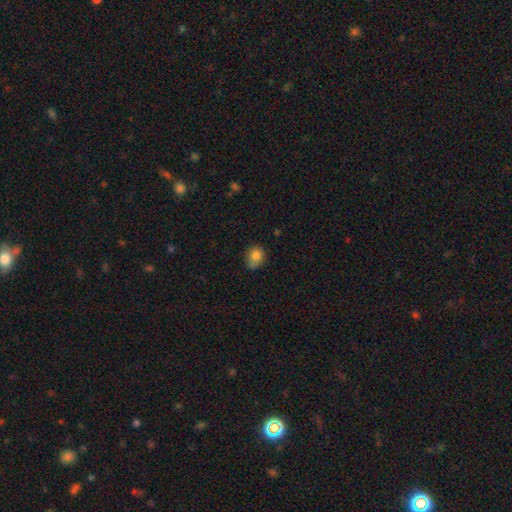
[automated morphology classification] This is clearly a smooth galaxy (82%). How rounded: possibly round (57%). Merging: possibly none (60%).